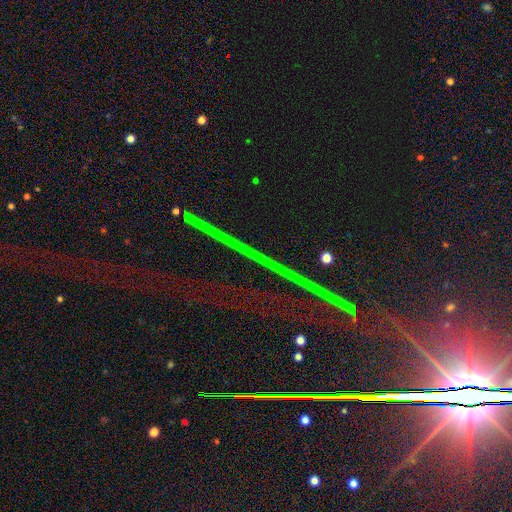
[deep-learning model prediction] Smooth or featured? star or artifact (88%)